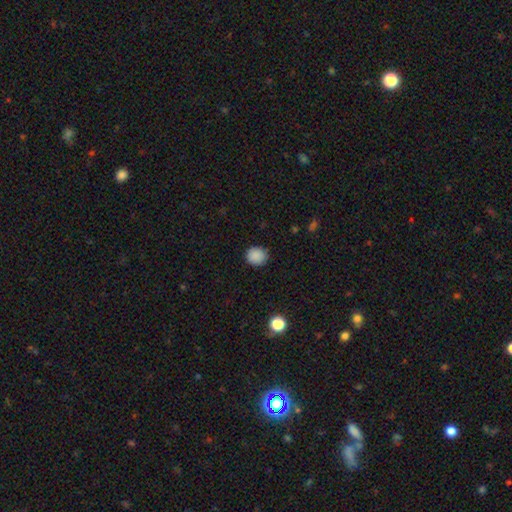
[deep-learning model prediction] Smooth or featured? Predicted: smooth (p=0.88). How rounded? Predicted: round (p=0.84). Merging? Predicted: none (p=0.88).